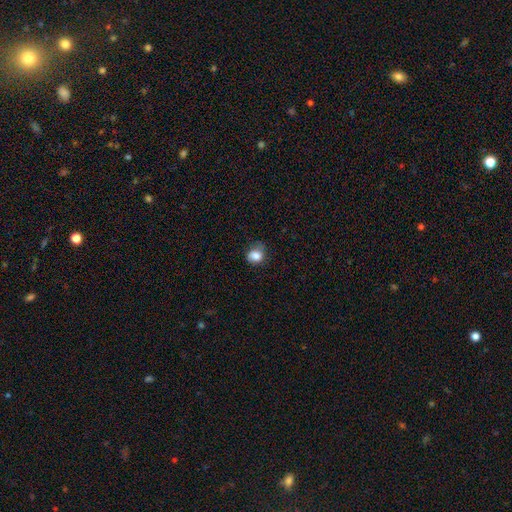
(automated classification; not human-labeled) This is clearly a smooth galaxy (82%). How rounded: possibly round (59%). Merging: possibly none (55%).